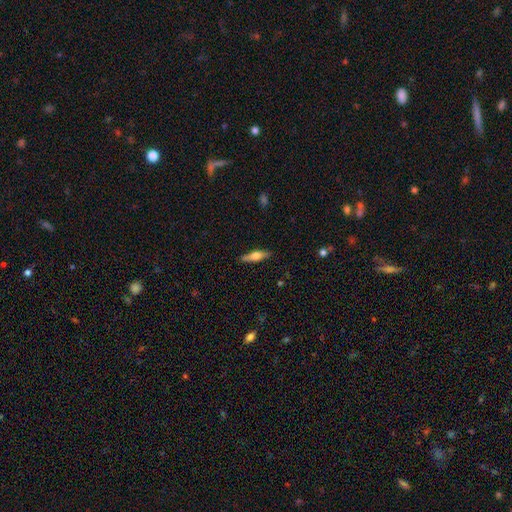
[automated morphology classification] Overall: smooth (51%; featured or disk 43%). How rounded: cigar-shaped (69%; in between 29%). Merging: none (86%).